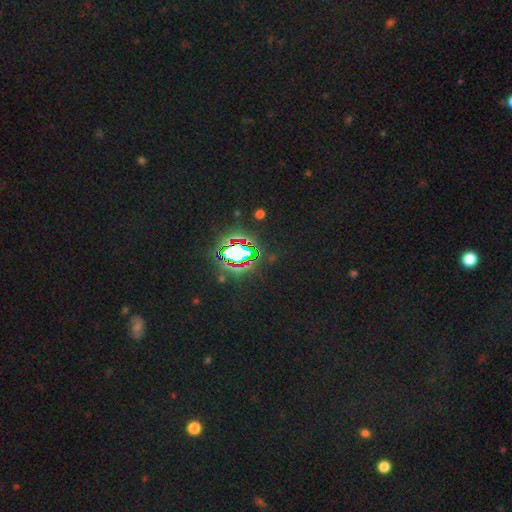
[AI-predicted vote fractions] Morphology: type=star or artifact (82%).